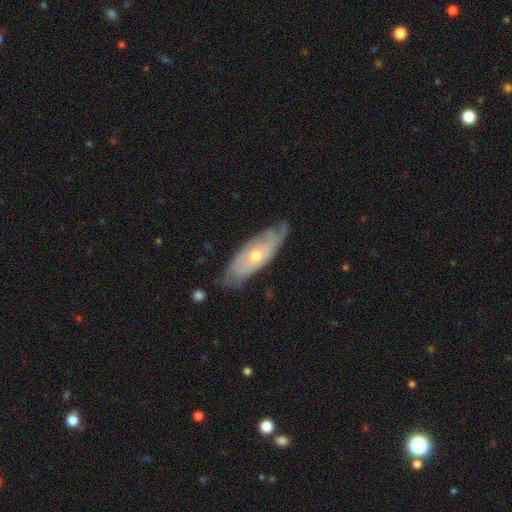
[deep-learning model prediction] Smooth or featured: featured or disk — 68% (smooth — 26%)
Edge-on disk: no — 76% (yes — 24%)
Bar: no — 81% (weak — 15%)
Spiral arms: yes — 73% (no — 27%)
Bulge size: moderate — 53% (small — 43%)
Merging: none — 67% (minor disturbance — 25%)